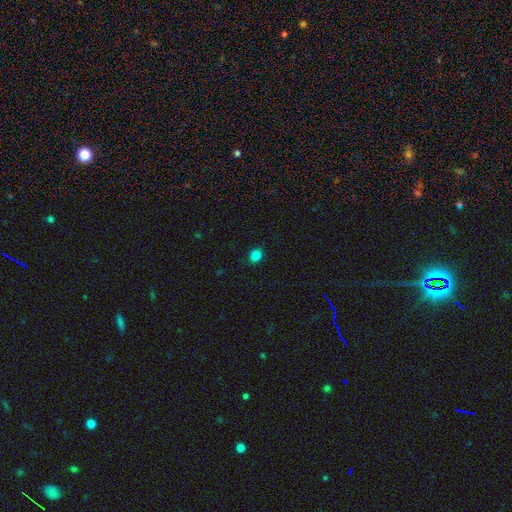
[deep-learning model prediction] A smooth galaxy with no disk features (83%) that is round (51%). Merging: none (88%).